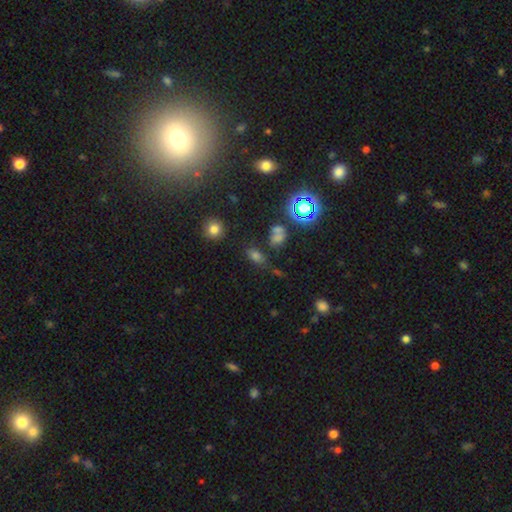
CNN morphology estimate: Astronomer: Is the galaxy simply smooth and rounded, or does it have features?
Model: smooth — 61%.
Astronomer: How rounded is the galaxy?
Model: in between — 77%.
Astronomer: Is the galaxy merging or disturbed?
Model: none — 62%.